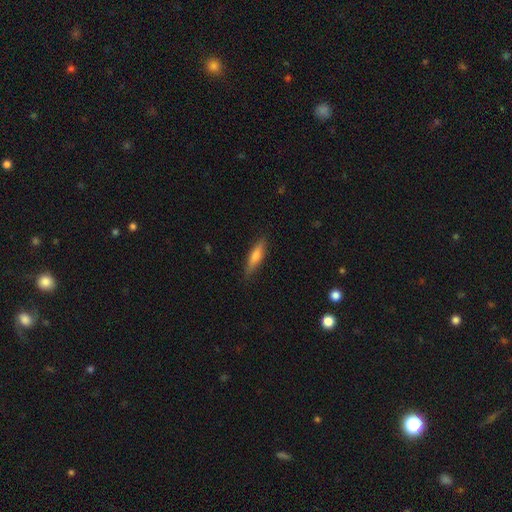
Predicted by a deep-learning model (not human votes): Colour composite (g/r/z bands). It shows a smooth galaxy with no disk features (65%) that is cigar-shaped (72%). Merging: none (85%).